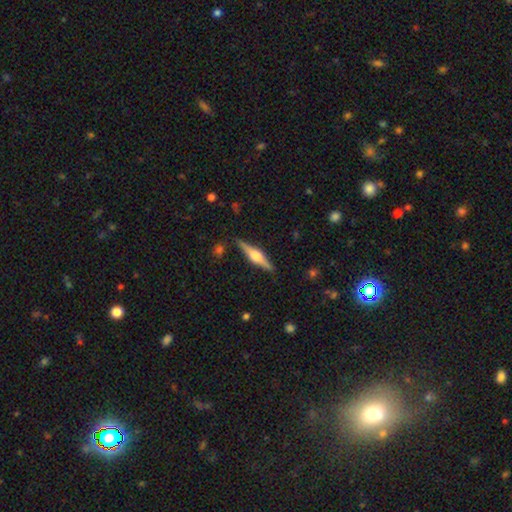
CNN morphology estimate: The model was most divided on "smooth or featured": featured or disk: 76%, smooth: 18%, star or artifact: 6%. More confident: edge-on disk — yes (98%); edge-on bulge — rounded (90%); merging — none (89%).